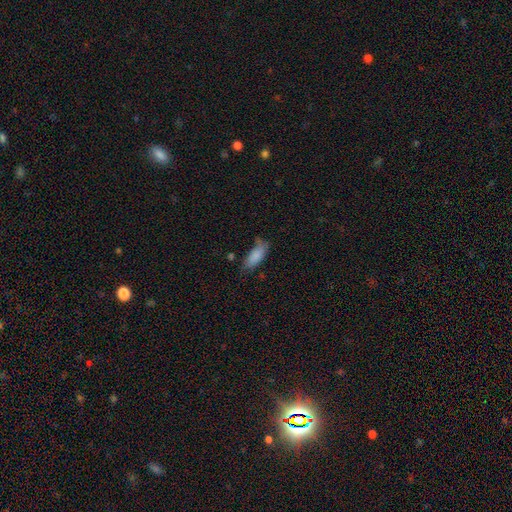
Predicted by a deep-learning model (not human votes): Overall: smooth (85%). How rounded: in between (77%). Merging: none (60%; minor disturbance 29%).